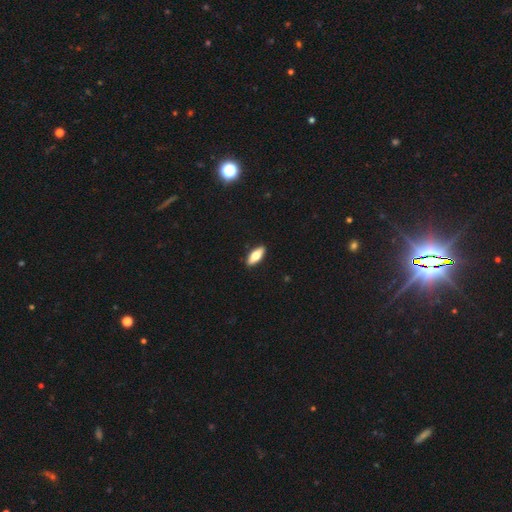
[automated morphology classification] A smooth galaxy with no disk features (69%) that is in between round and cigar-shaped (73%). Merging: none (91%).